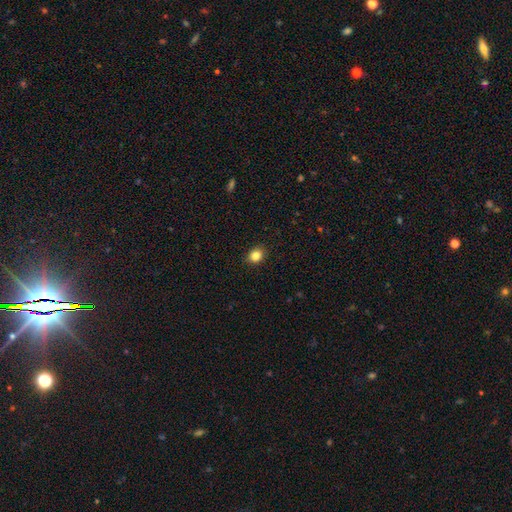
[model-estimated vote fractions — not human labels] Q: Smooth or featured?
A: smooth (84%); runner-up: star or artifact (11%)
Q: How rounded?
A: round (57%); runner-up: in between (42%)
Q: Merging?
A: none (89%); runner-up: minor disturbance (8%)